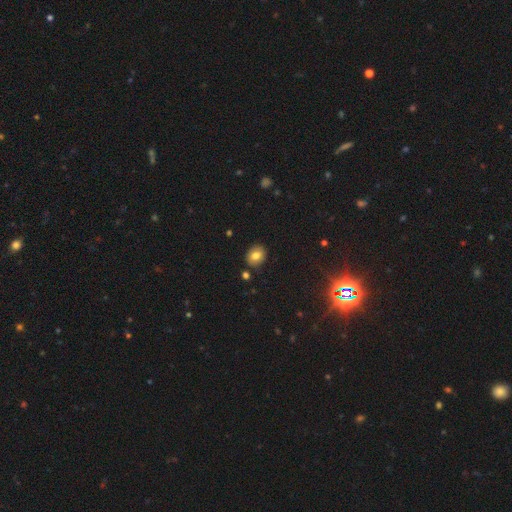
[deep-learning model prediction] A smooth galaxy with no disk features (77%) that is round (58%).

Vote fractions:
- Smooth or featured? smooth: 77% / featured or disk: 12% / star or artifact: 11%
- How rounded? round: 58% / in between: 41% / cigar-shaped: 1%
- Merging? none: 85% / minor disturbance: 10% / merger: 3% / major disturbance: 2%